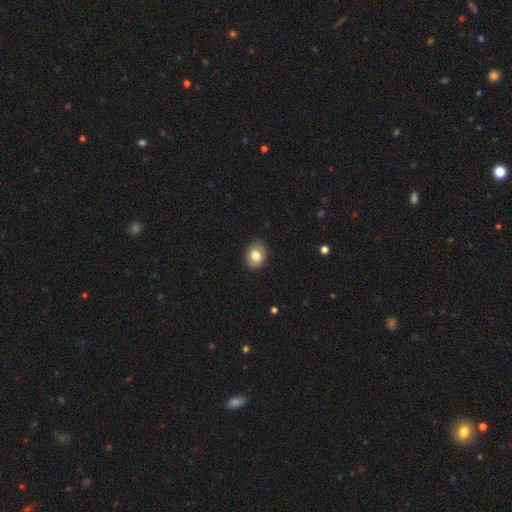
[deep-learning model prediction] Smooth or featured: smooth — 82% (featured or disk — 10%)
How rounded: in between — 63% (round — 36%)
Merging: none — 87% (minor disturbance — 10%)